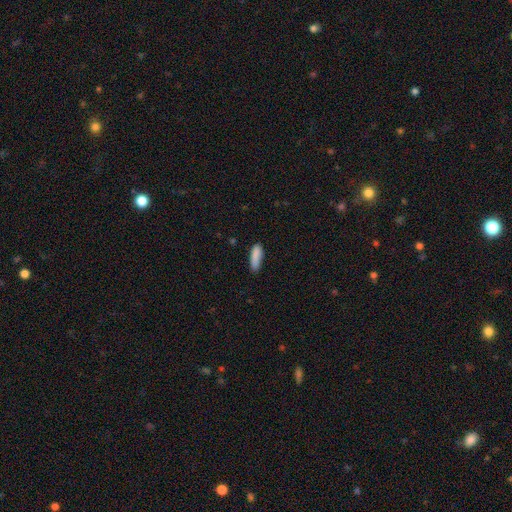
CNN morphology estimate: smooth 87%, star or artifact 7%, featured or disk 6%. Down the decision tree: how rounded — cigar-shaped (52%); merging — none (73%).